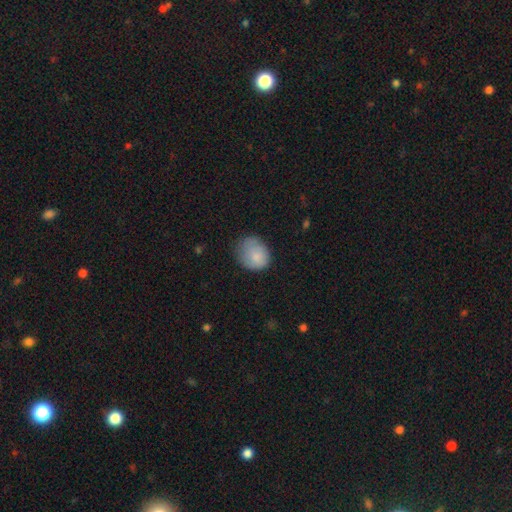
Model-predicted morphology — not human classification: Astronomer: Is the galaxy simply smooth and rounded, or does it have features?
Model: smooth — 83%.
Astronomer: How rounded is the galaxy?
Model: round — 63%.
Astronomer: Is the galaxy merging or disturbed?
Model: none — 57%.